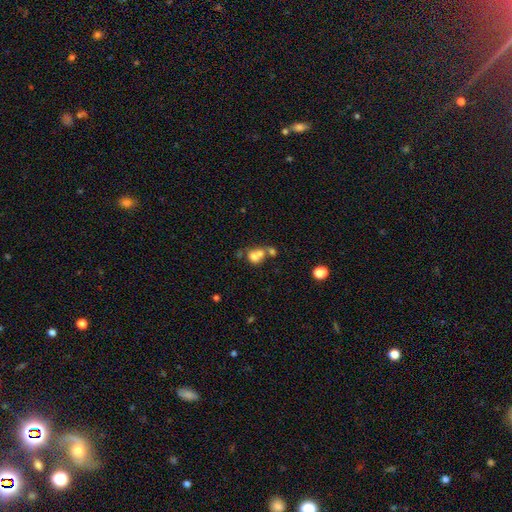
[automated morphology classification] This is likely a smooth galaxy (66%). How rounded: likely round (64%). Merging: likely merger (62%).